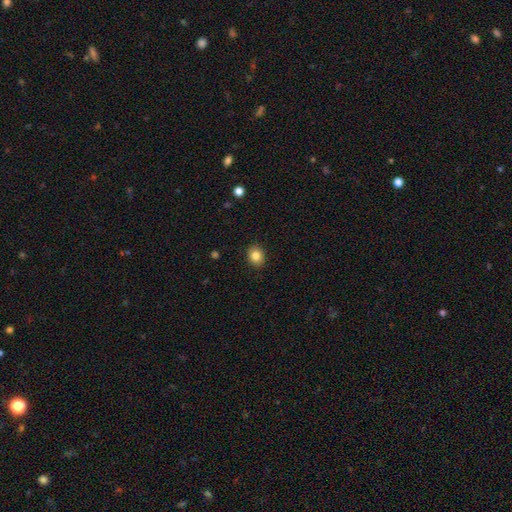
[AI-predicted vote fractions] A smooth galaxy with no disk features (83%) that is round (65%). Merging: none (90%).